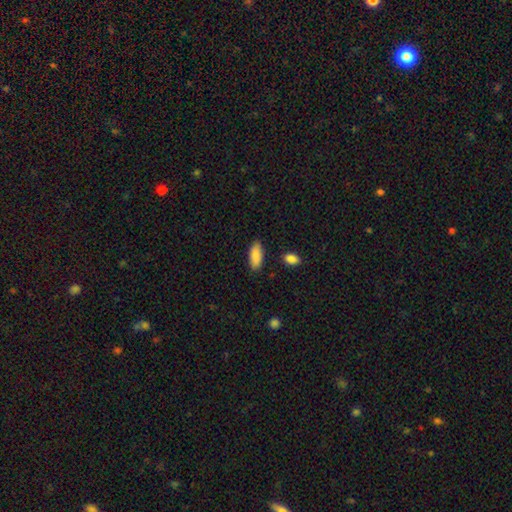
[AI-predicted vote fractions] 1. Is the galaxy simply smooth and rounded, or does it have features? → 88% smooth, 6% star or artifact, 6% featured or disk.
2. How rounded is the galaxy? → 83% in between, 15% cigar-shaped, 2% round.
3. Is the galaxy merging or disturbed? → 85% none, 10% minor disturbance, 2% major disturbance, 2% merger.